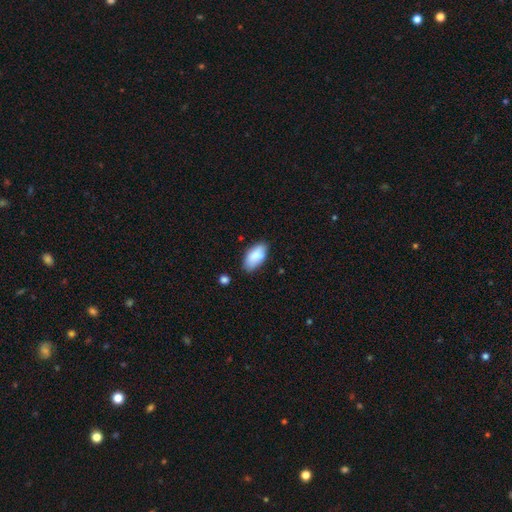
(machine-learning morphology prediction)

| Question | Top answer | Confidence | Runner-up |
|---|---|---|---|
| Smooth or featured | smooth | 86% | featured or disk (7%) |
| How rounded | in between | 94% | cigar-shaped (4%) |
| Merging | none | 75% | minor disturbance (19%) |